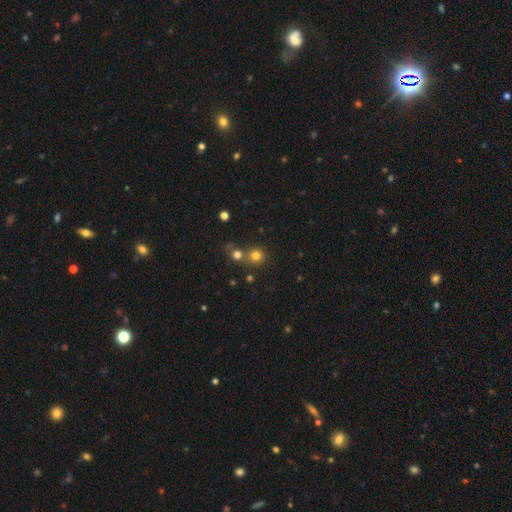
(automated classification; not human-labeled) smooth_or_featured: smooth (p=0.76) [alt: star or artifact p=0.17]
how_rounded: round (p=0.91) [alt: in between p=0.08]
merging: none (p=0.66) [alt: merger p=0.24]